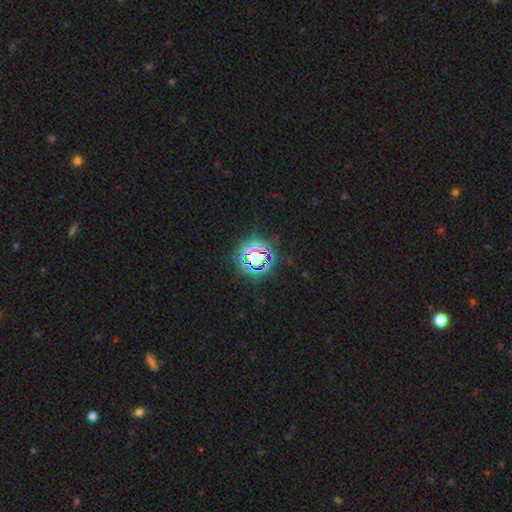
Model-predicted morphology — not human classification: Smooth or featured?
  - star or artifact: 69% *
  - smooth: 21%
  - featured or disk: 10%